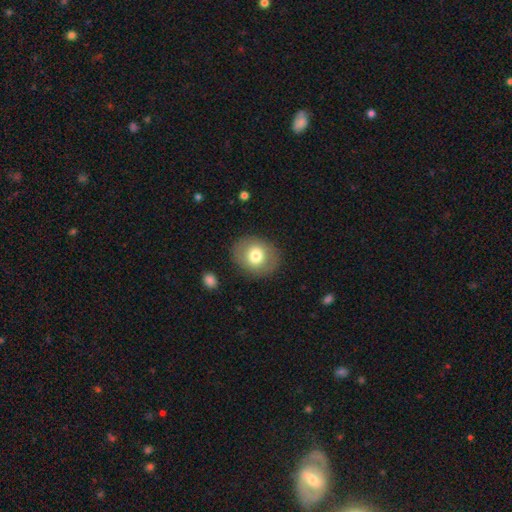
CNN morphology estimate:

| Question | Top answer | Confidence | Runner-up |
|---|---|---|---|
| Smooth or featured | smooth | 75% | featured or disk (17%) |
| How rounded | round | 61% | in between (38%) |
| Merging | none | 86% | minor disturbance (9%) |